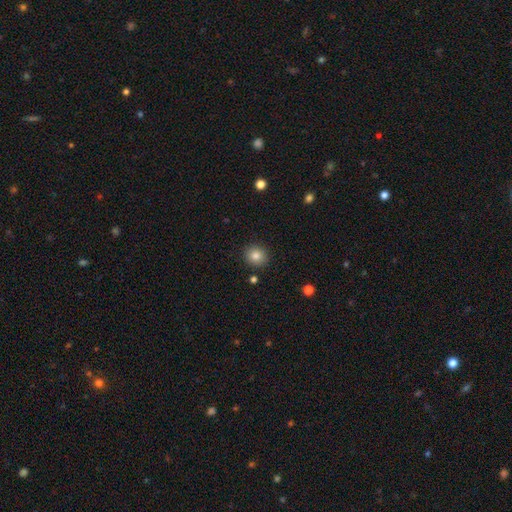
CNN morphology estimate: type=smooth (83%); roundness=round (86%); merging=none (90%).